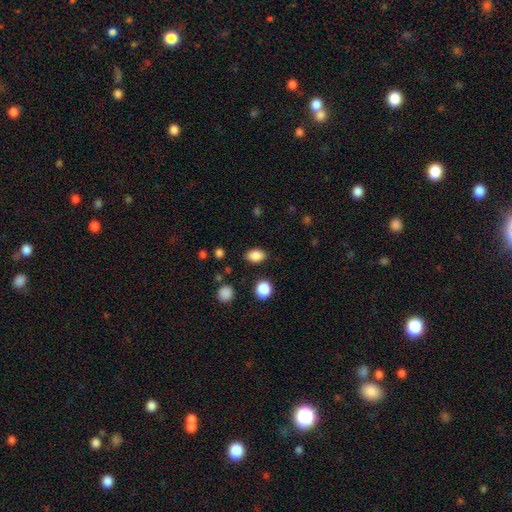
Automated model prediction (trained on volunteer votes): smooth 86%, star or artifact 9%, featured or disk 5%. Down the decision tree: how rounded — in between (80%); merging — none (85%).